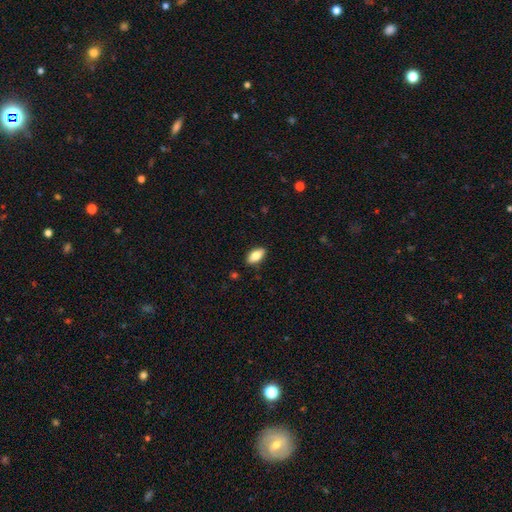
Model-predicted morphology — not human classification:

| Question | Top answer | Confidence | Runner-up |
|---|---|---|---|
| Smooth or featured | smooth | 77% | featured or disk (16%) |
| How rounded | in between | 89% | cigar-shaped (7%) |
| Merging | none | 87% | minor disturbance (10%) |